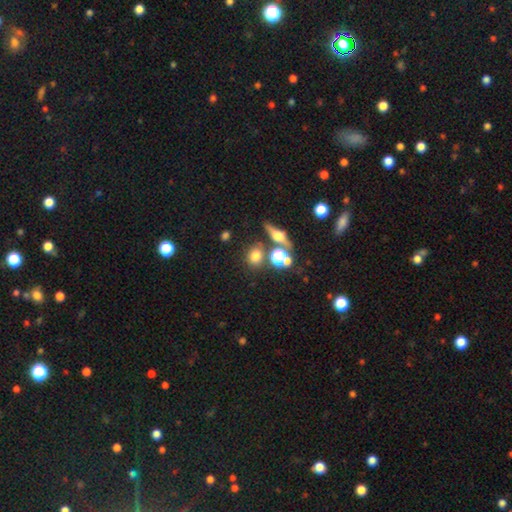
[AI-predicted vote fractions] smooth 68%, star or artifact 18%, featured or disk 14%. Down the decision tree: how rounded — round (66%); merging — none (73%).